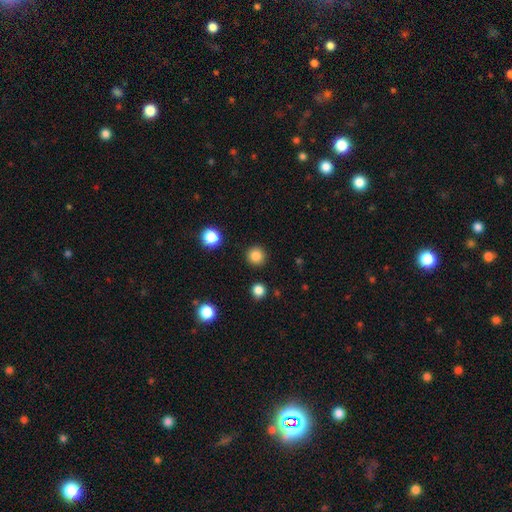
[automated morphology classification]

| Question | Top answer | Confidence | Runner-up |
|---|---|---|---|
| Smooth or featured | smooth | 84% | star or artifact (12%) |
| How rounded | round | 95% | in between (4%) |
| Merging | none | 92% | minor disturbance (5%) |